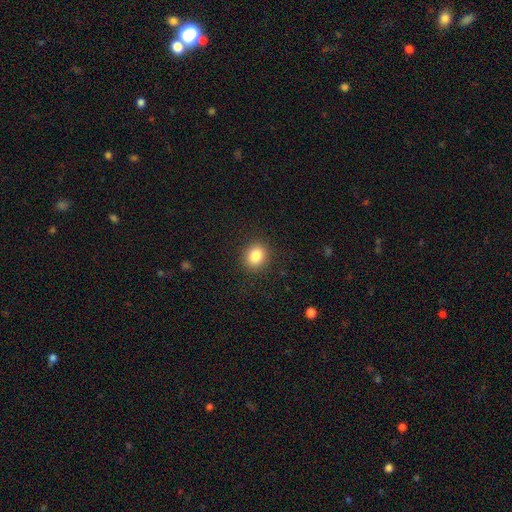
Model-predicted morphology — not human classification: smooth 85%, star or artifact 10%, featured or disk 6%. Down the decision tree: how rounded — round (73%); merging — none (90%).